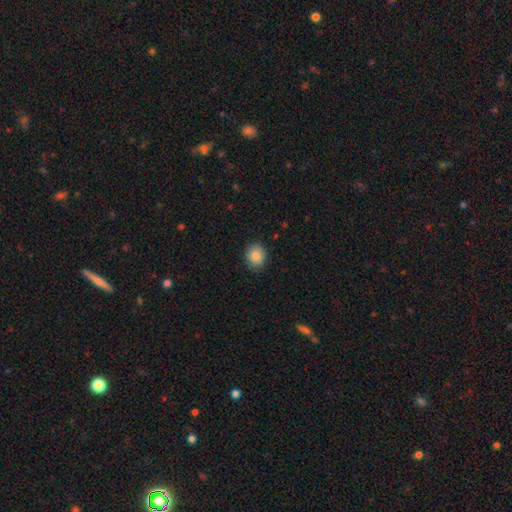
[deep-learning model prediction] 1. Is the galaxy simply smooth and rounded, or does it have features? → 85% smooth, 8% star or artifact, 6% featured or disk.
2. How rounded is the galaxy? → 63% round, 36% in between, 1% cigar-shaped.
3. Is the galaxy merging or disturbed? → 87% none, 10% minor disturbance, 2% major disturbance, 1% merger.